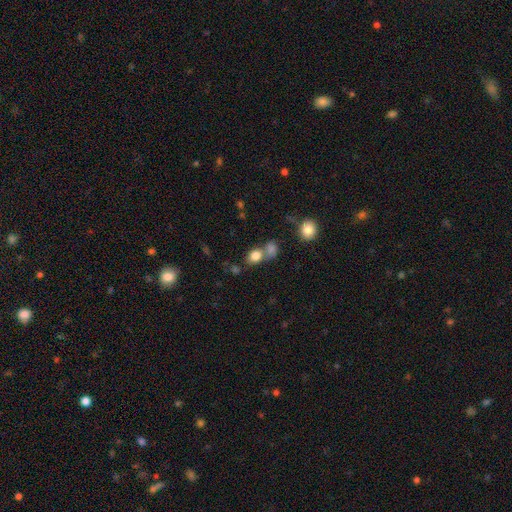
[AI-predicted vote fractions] Morphology: type=smooth (81%); roundness=round (50%); merging=none (47%).